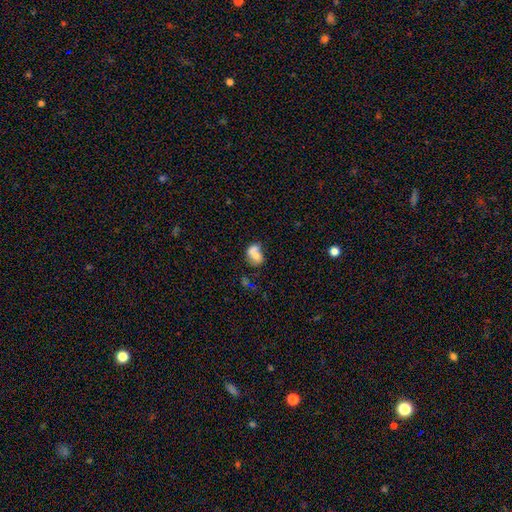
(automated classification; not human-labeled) A smooth galaxy with no disk features (60%) that is in between round and cigar-shaped (64%).

Vote fractions:
- Smooth or featured? smooth: 60% / featured or disk: 29% / star or artifact: 11%
- How rounded? in between: 64% / round: 35% / cigar-shaped: 2%
- Merging? merger: 42% / none: 31% / minor disturbance: 17% / major disturbance: 10%